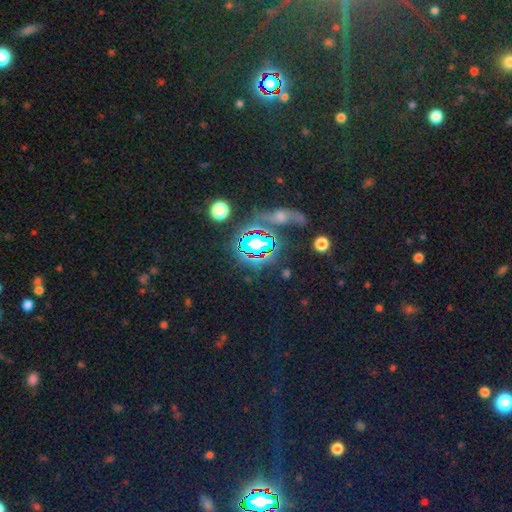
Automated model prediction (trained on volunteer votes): Q: Smooth or featured?
A: star or artifact (79%); runner-up: smooth (13%)